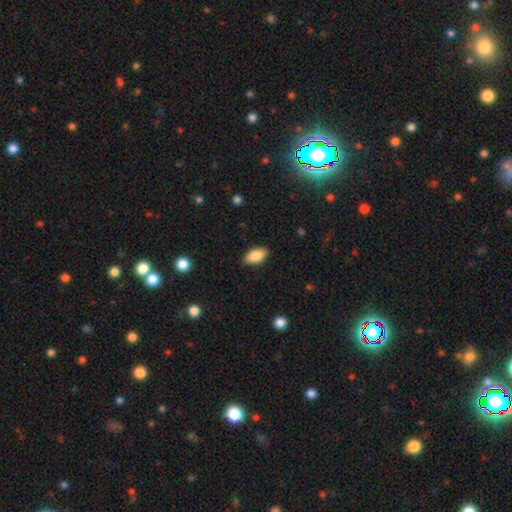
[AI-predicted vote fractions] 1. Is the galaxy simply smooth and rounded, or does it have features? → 86% smooth, 7% featured or disk, 7% star or artifact.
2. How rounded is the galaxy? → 93% in between, 4% cigar-shaped, 3% round.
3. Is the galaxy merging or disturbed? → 88% none, 9% minor disturbance, 2% major disturbance, 1% merger.